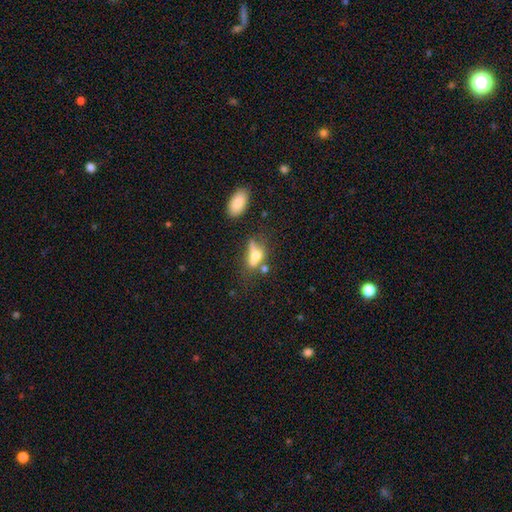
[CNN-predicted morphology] The model was most divided on "merging": none: 33%, merger: 29%, minor disturbance: 20%, major disturbance: 18%. More confident: how rounded — in between (71%); smooth or featured — smooth (58%).